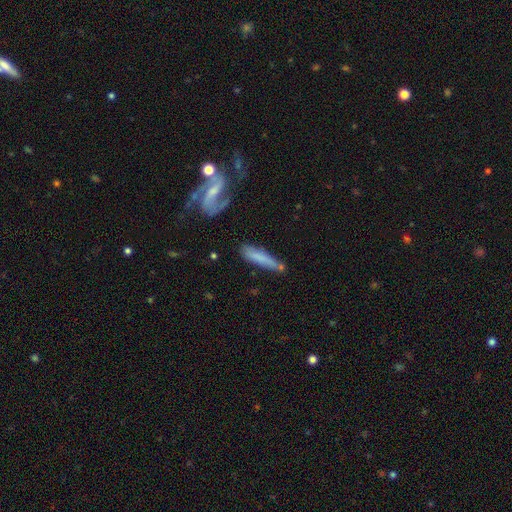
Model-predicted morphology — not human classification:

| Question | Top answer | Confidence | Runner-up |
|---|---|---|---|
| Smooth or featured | smooth | 56% | featured or disk (36%) |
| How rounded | cigar-shaped | 89% | in between (10%) |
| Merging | none | 63% | minor disturbance (22%) |